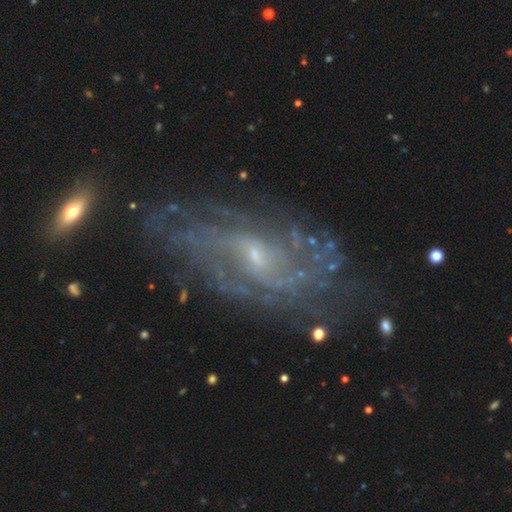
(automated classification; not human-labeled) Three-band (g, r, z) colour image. It shows a featured or disk galaxy (80%) with a weak bar (46%), tight (45%) spiral arms (90%) and a small central bulge (69%). Merging: none (71%).